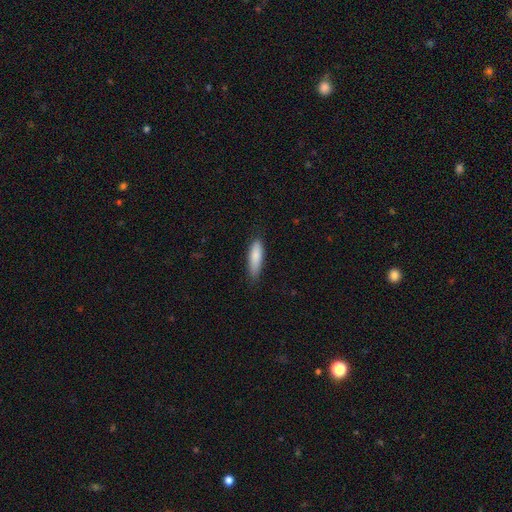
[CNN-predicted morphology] Smooth or featured? Predicted: smooth (p=0.85). How rounded? Predicted: cigar-shaped (p=0.58). Merging? Predicted: none (p=0.78).